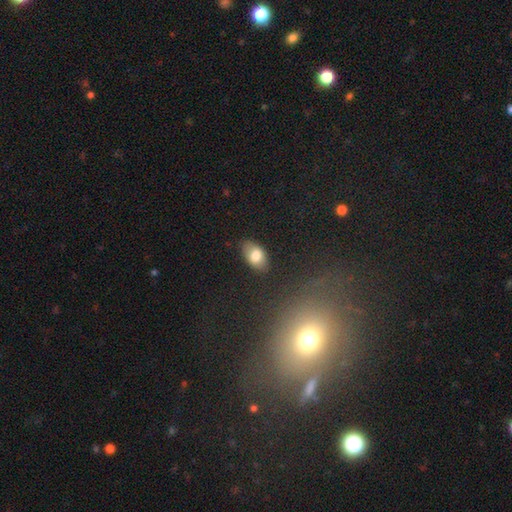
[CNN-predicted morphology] smooth-or-featured: smooth: 80% | featured or disk: 12% | star or artifact: 8%
  how-rounded: in between: 91% | round: 8% | cigar-shaped: 2%
  merging: none: 83% | minor disturbance: 13% | major disturbance: 2% | merger: 2%